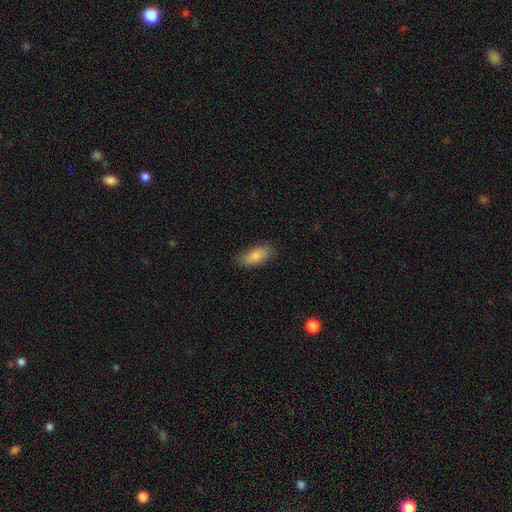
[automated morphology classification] A smooth galaxy with no disk features (86%) that is in between round and cigar-shaped (78%). Merging: none (81%).